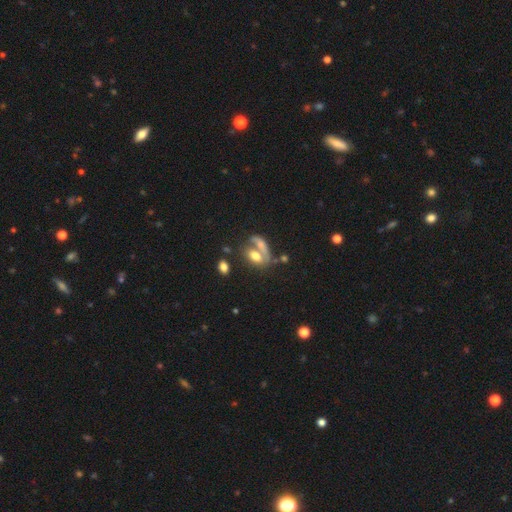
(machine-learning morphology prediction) A smooth galaxy with no disk features (63%) that is in between round and cigar-shaped (82%). Merging: merger (48%).